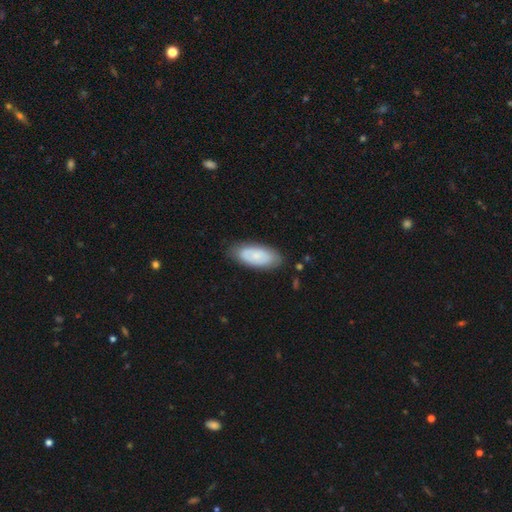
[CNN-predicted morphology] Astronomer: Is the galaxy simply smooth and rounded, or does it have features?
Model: smooth — 62%.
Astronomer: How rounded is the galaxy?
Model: in between — 89%.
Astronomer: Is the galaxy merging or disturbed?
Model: none — 79%.